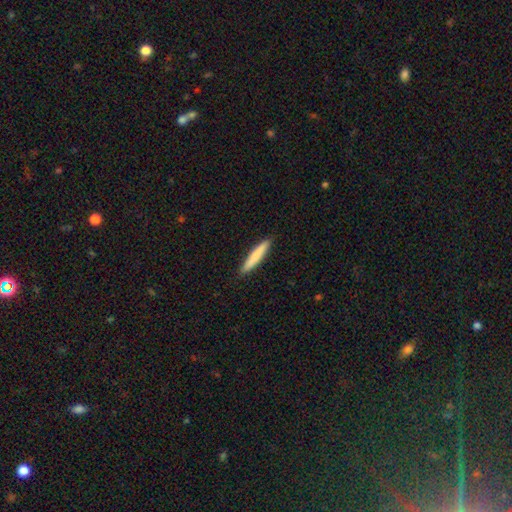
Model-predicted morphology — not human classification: Smooth or featured? Predicted: smooth (p=0.76). How rounded? Predicted: cigar-shaped (p=0.93). Merging? Predicted: none (p=0.91).